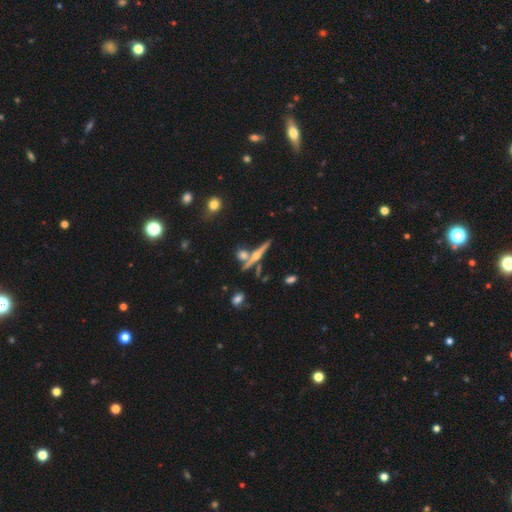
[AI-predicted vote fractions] Smooth or featured? Predicted: featured or disk (p=0.71). Edge-on disk? Predicted: yes (p=0.96). Edge-on bulge? Predicted: rounded (p=0.87). Merging? Predicted: none (p=0.71).